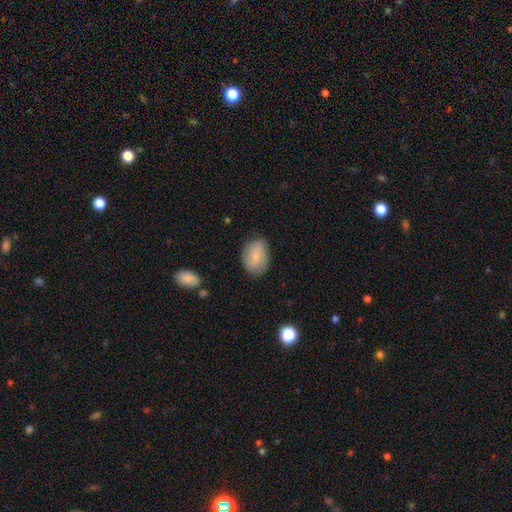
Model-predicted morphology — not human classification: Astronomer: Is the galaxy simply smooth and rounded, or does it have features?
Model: smooth — 75%.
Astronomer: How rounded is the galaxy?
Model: in between — 77%.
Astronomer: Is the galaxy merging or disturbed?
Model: none — 78%.